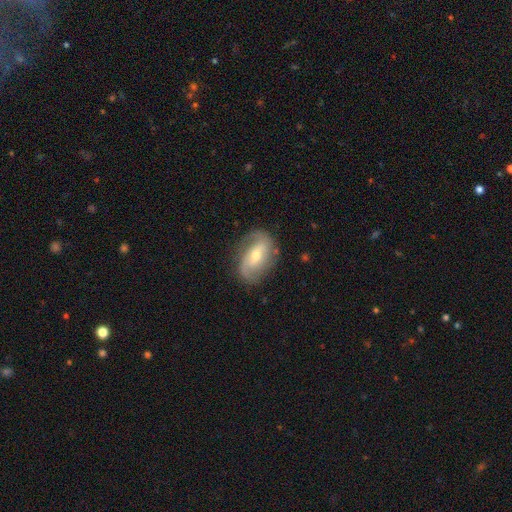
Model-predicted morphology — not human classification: This appears to be a featured or disk galaxy (77%) with a weak bar (41%), 2 (83%) medium (40%) spiral arms (91%) and a moderate central bulge (54%). Merging: none (74%).